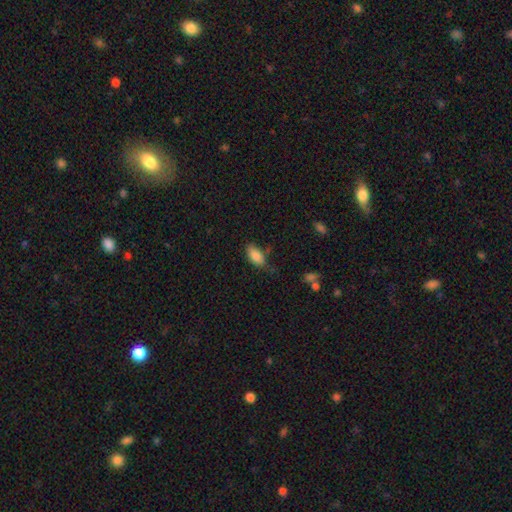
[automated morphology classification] Q: Smooth or featured?
A: smooth (86%); runner-up: star or artifact (8%)
Q: How rounded?
A: in between (91%); runner-up: cigar-shaped (6%)
Q: Merging?
A: none (63%); runner-up: minor disturbance (27%)